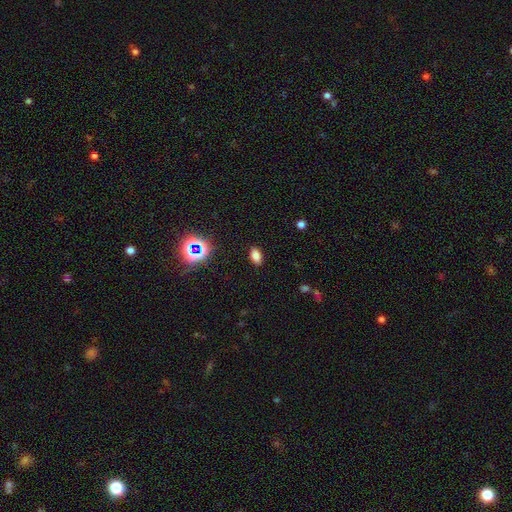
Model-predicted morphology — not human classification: The model was most divided on "smooth or featured": smooth: 76%, star or artifact: 17%, featured or disk: 7%. More confident: how rounded — in between (88%); merging — none (88%).